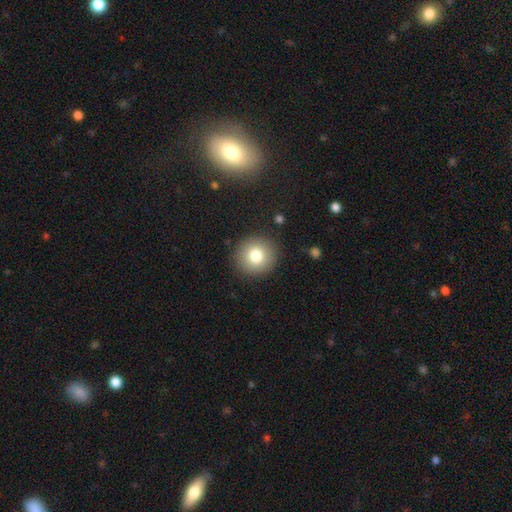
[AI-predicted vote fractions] Q: Smooth or featured?
A: smooth (79%); runner-up: featured or disk (10%)
Q: How rounded?
A: round (93%); runner-up: in between (6%)
Q: Merging?
A: none (90%); runner-up: minor disturbance (6%)